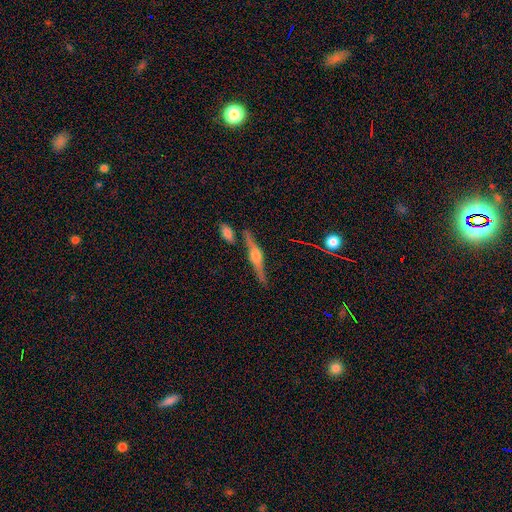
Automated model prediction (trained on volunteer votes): The model was most divided on "smooth or featured": featured or disk: 82%, smooth: 12%, star or artifact: 6%. More confident: edge-on disk — yes (97%); edge-on bulge — rounded (89%); merging — none (81%).